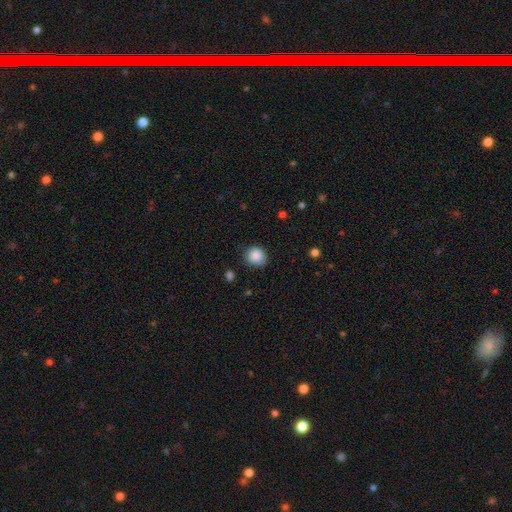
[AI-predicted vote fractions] The model was most divided on "merging": none: 79%, minor disturbance: 16%, major disturbance: 4%, merger: 1%. More confident: smooth or featured — smooth (88%); how rounded — round (85%).